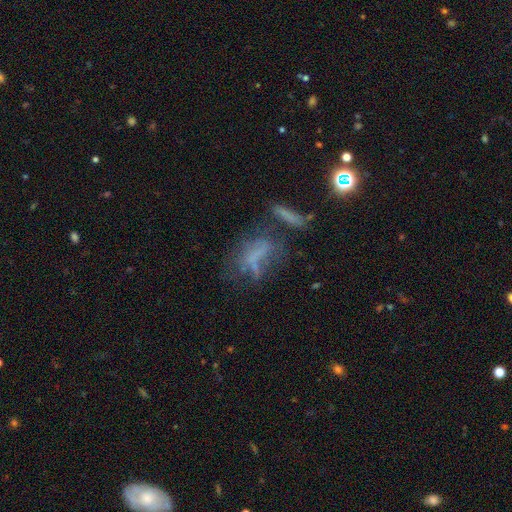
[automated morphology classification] Smooth or featured? Predicted: featured or disk (p=0.40). Merging? Predicted: none (p=0.33).